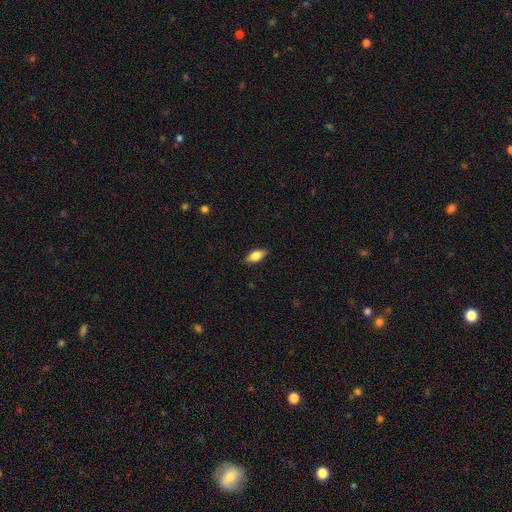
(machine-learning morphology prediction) The model was most divided on "smooth or featured": smooth: 80%, featured or disk: 13%, star or artifact: 7%. More confident: merging — none (87%); how rounded — in between (86%).